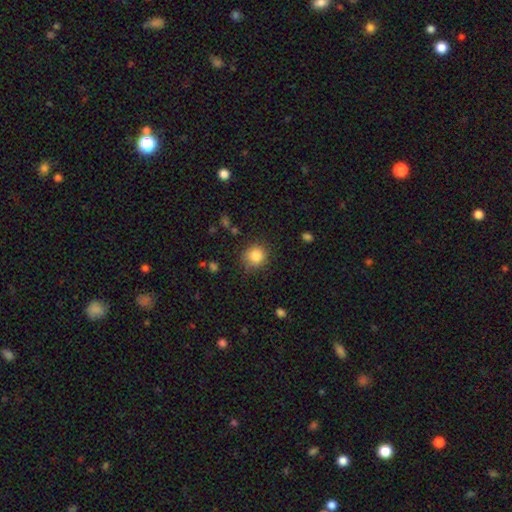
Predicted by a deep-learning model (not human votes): This appears to be a smooth galaxy with no disk features (84%) that is round (88%). Merging: none (81%).